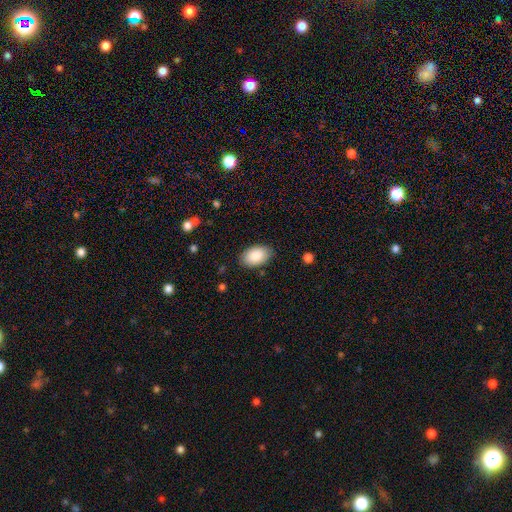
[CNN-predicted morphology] Q: Smooth or featured?
A: smooth (89%); runner-up: star or artifact (6%)
Q: How rounded?
A: in between (93%); runner-up: round (5%)
Q: Merging?
A: none (85%); runner-up: minor disturbance (11%)